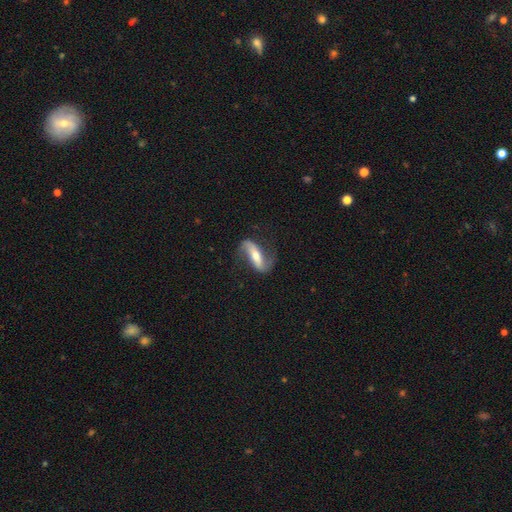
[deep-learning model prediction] Smooth or featured: featured or disk — 78% (smooth — 17%)
Edge-on disk: no — 82% (yes — 18%)
Bar: strong — 57% (weak — 23%)
Spiral arms: yes — 91% (no — 9%)
Spiral winding: loose — 70% (medium — 21%)
Spiral arm count: 2 — 91% (1 — 3%)
Bulge size: moderate — 58% (small — 30%)
Merging: none — 71% (minor disturbance — 17%)